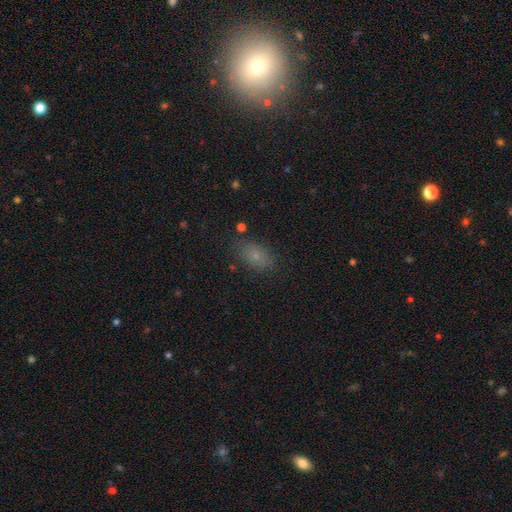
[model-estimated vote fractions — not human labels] smooth 74%, star or artifact 16%, featured or disk 11%. Down the decision tree: how rounded — in between (86%); merging — none (80%).